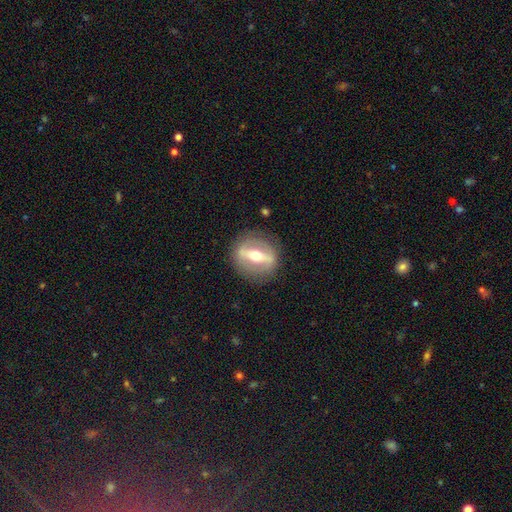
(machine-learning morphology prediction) Smooth or featured? Predicted: featured or disk (p=0.76). Edge-on disk? Predicted: no (p=0.64). Merging? Predicted: none (p=0.84).